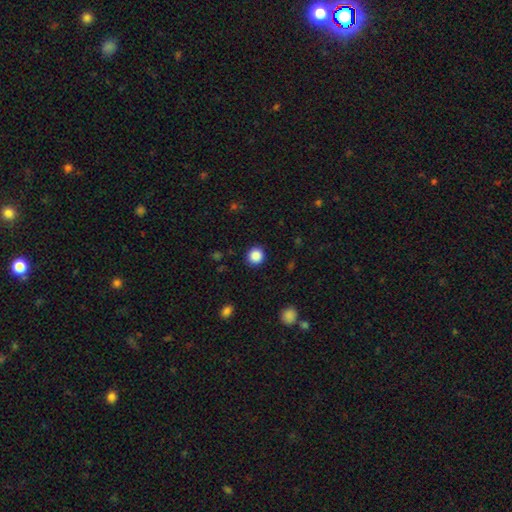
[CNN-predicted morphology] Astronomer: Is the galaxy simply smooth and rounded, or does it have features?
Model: smooth — 87%.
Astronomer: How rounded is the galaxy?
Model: round — 91%.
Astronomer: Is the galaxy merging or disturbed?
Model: none — 90%.